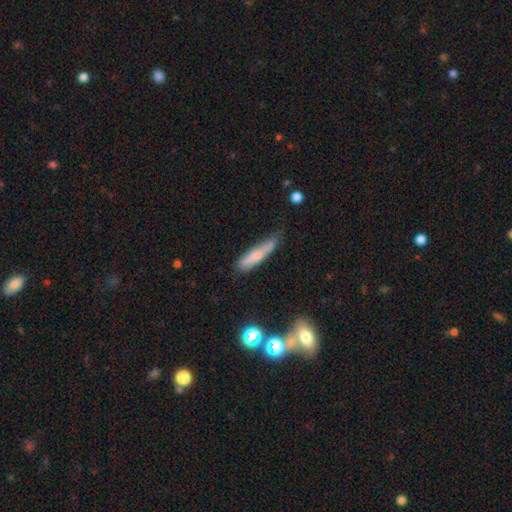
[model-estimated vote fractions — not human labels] Morphology: type=smooth (71%); roundness=cigar-shaped (84%); merging=none (59%).